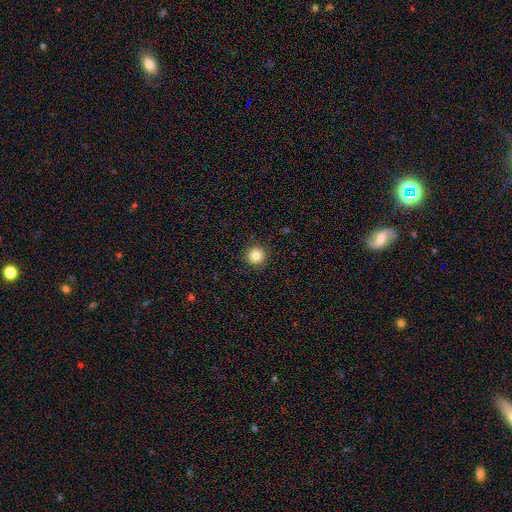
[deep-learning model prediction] smooth-or-featured: smooth: 84% | star or artifact: 11% | featured or disk: 5%
  how-rounded: round: 95% | in between: 4% | cigar-shaped: 1%
  merging: none: 93% | minor disturbance: 5% | major disturbance: 2% | merger: 1%